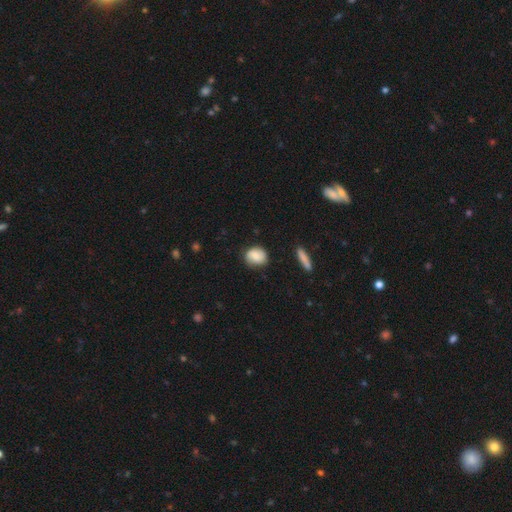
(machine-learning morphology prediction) Smooth or featured? smooth (78%)
How rounded? round (61%)
Merging? none (77%)